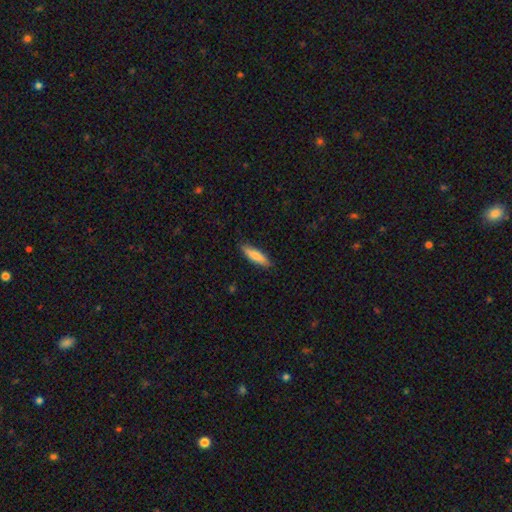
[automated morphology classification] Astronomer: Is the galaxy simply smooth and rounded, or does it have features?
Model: smooth — 81%.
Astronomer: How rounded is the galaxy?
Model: cigar-shaped — 66%.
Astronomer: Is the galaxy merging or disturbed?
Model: none — 86%.